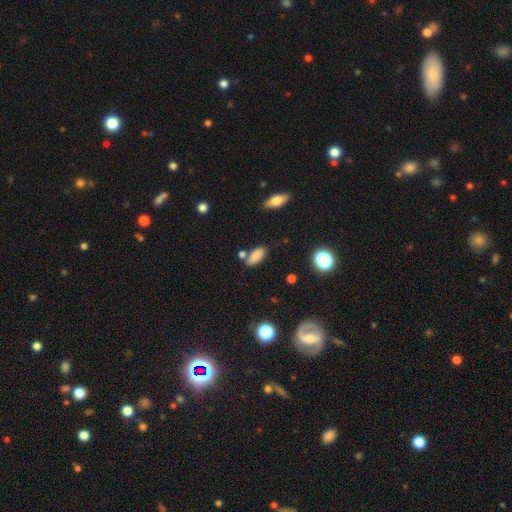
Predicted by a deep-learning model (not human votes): This appears to be a smooth galaxy with no disk features (81%) that is in between round and cigar-shaped (84%). Merging: none (70%).